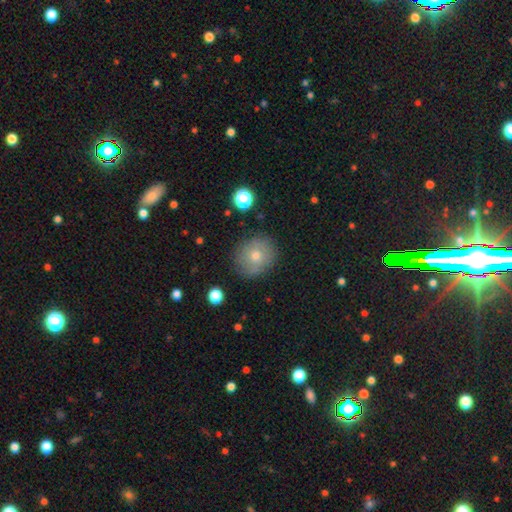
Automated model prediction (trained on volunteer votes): Smooth or featured? smooth (65%)
How rounded? round (81%)
Merging? none (84%)